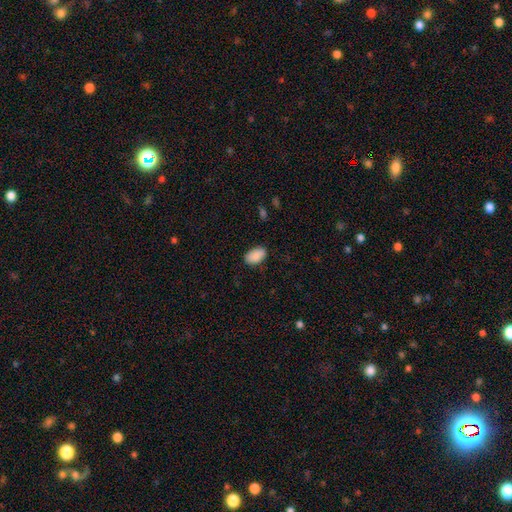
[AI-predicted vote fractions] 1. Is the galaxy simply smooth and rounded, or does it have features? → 89% smooth, 7% star or artifact, 4% featured or disk.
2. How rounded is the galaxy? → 93% in between, 6% round, 1% cigar-shaped.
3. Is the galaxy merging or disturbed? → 84% none, 13% minor disturbance, 3% major disturbance, 1% merger.